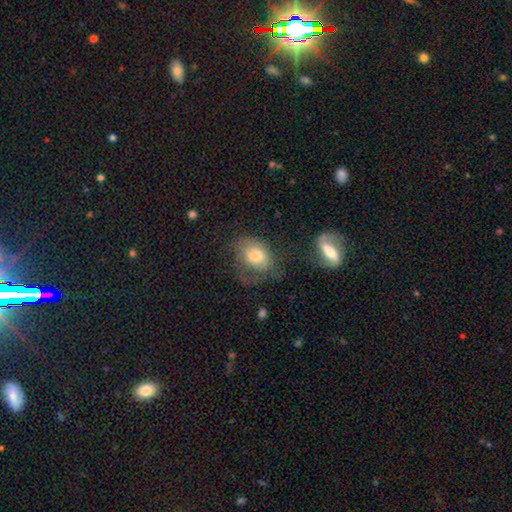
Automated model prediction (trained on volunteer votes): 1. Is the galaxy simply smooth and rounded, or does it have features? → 66% smooth, 26% featured or disk, 8% star or artifact.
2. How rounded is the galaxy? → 74% in between, 24% round, 1% cigar-shaped.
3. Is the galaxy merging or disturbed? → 44% none, 27% minor disturbance, 23% major disturbance, 6% merger.